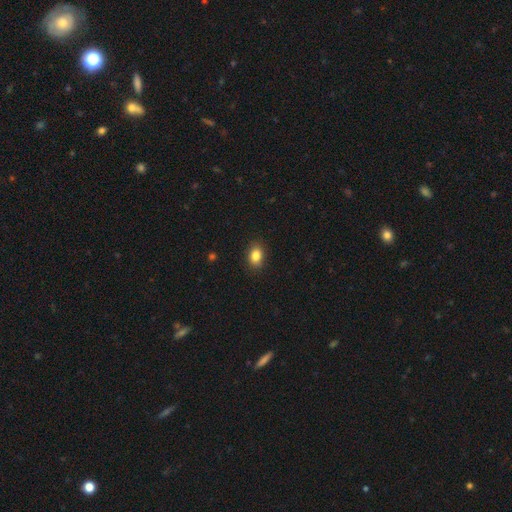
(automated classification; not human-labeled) Overall: smooth (85%). How rounded: in between (73%). Merging: none (88%).